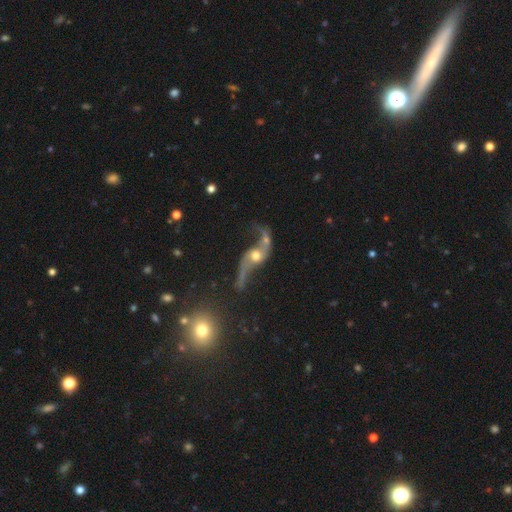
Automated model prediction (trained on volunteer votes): This appears to be a featured or disk galaxy (86%) with no bar (65%), 2 (93%) loose (92%) spiral arms (94%) and a moderate central bulge (64%). Merging: none (52%).